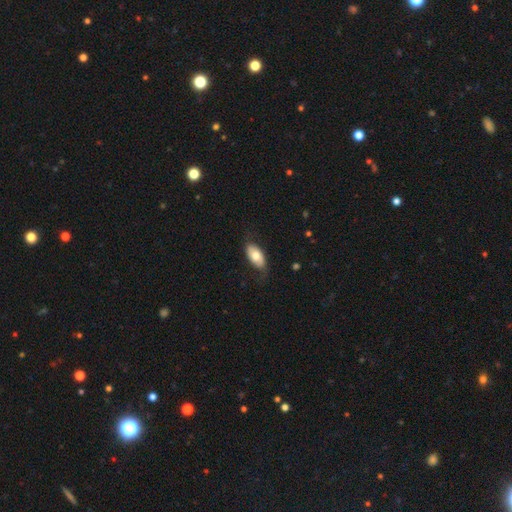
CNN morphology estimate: A smooth galaxy with no disk features (68%) that is in between round and cigar-shaped (93%).

Vote fractions:
- Smooth or featured? smooth: 68% / featured or disk: 26% / star or artifact: 6%
- How rounded? in between: 93% / cigar-shaped: 4% / round: 3%
- Merging? none: 73% / minor disturbance: 20% / major disturbance: 6% / merger: 1%